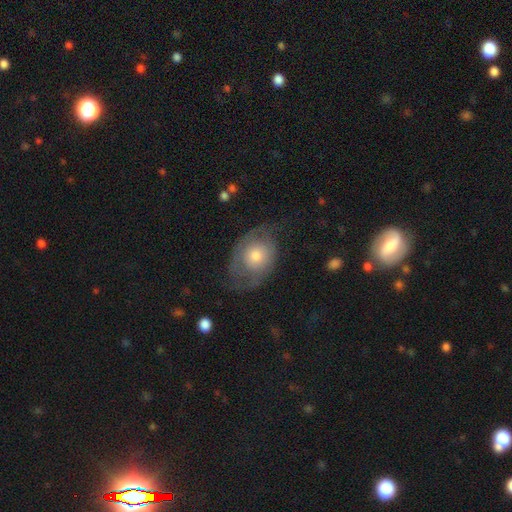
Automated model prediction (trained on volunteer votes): Smooth or featured? Predicted: featured or disk (p=0.53). Edge-on disk? Predicted: no (p=0.95). Bar? Predicted: no (p=0.84). Spiral arms? Predicted: yes (p=0.68). Bulge size? Predicted: moderate (p=0.57). Merging? Predicted: none (p=0.54).